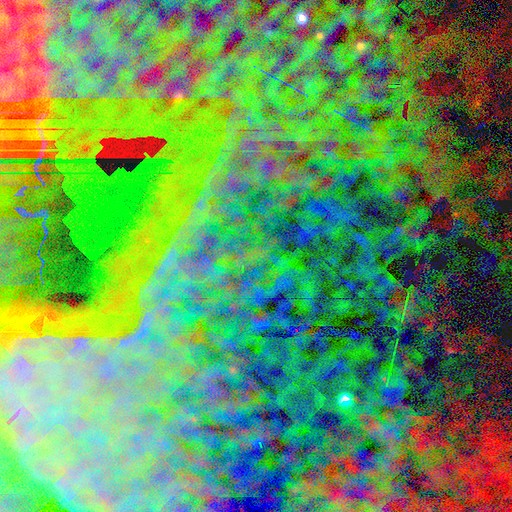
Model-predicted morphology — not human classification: Smooth or featured? Predicted: star or artifact (p=0.87).